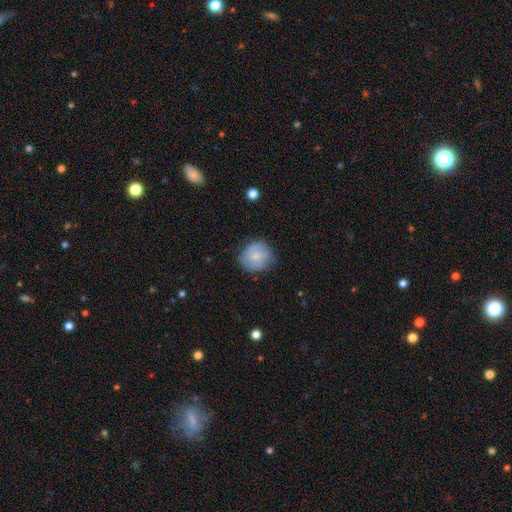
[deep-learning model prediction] Morphology: type=smooth (62%); roundness=round (79%); merging=none (70%).